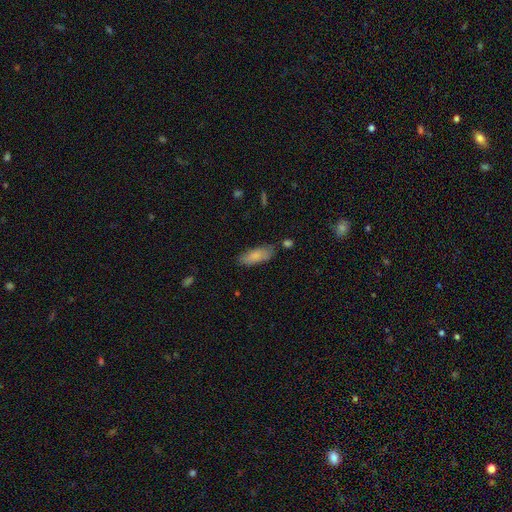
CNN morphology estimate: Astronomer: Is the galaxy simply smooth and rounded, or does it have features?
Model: smooth — 81%.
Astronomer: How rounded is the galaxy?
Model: in between — 70%.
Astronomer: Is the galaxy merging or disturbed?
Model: none — 71%.